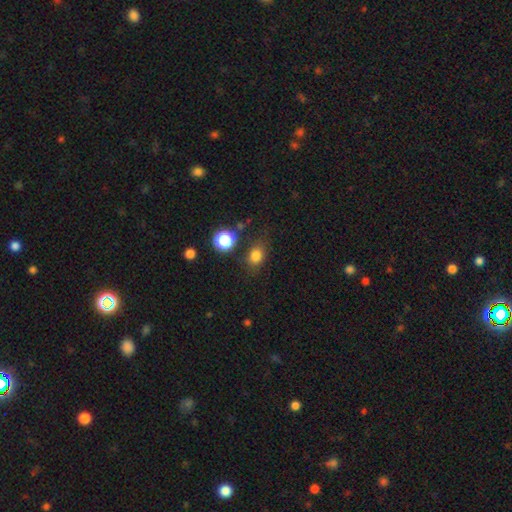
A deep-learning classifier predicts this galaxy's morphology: Smooth or featured: smooth — 79% (star or artifact — 14%)
How rounded: in between — 53% (round — 45%)
Merging: none — 74% (minor disturbance — 16%)